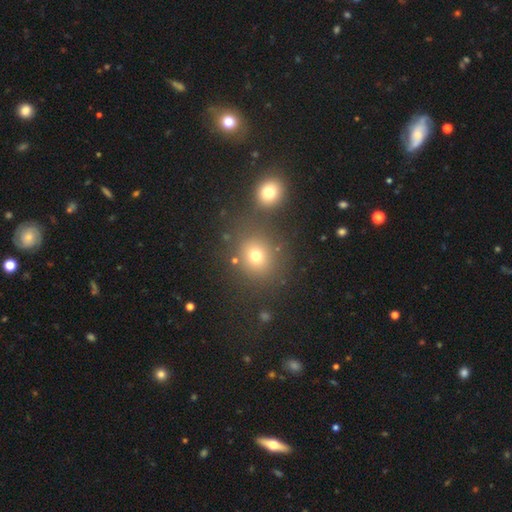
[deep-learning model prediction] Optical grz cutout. It shows a smooth galaxy with no disk features (71%) that is round (77%). Merging: none (70%).